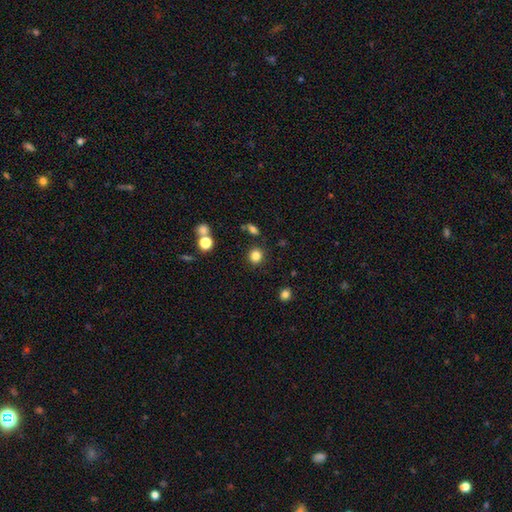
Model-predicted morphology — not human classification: This appears to be a smooth galaxy with no disk features (82%) that is round (89%). Merging: none (86%).